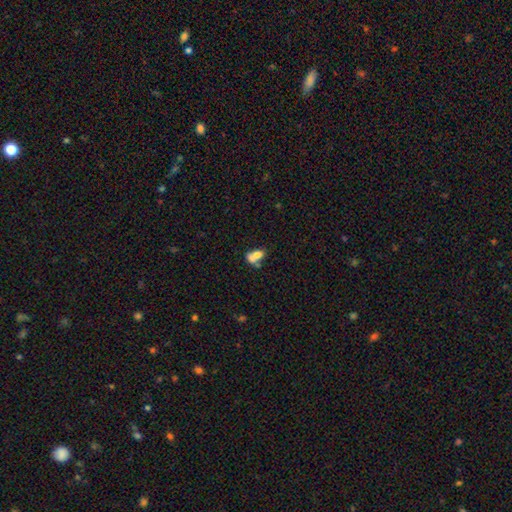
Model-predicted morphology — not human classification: A smooth galaxy with no disk features (68%) that is in between round and cigar-shaped (68%).

Vote fractions:
- Smooth or featured? smooth: 68% / featured or disk: 22% / star or artifact: 11%
- How rounded? in between: 68% / round: 30% / cigar-shaped: 3%
- Merging? merger: 66% / none: 20% / minor disturbance: 8% / major disturbance: 6%